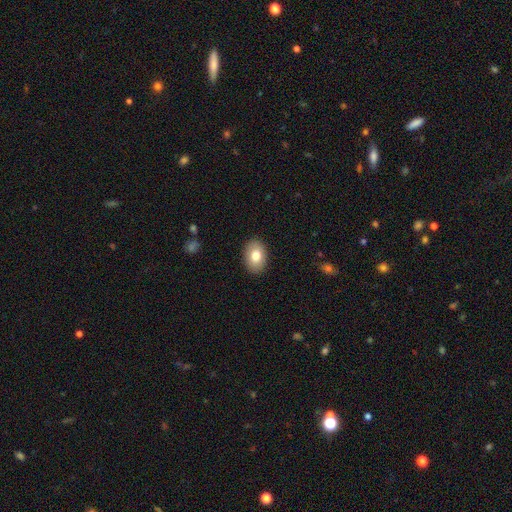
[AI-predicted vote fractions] This is likely a smooth galaxy (79%). How rounded: clearly in between (83%). Merging: clearly none (89%).